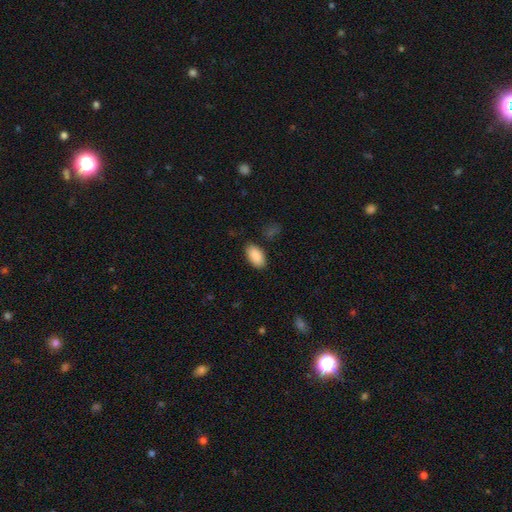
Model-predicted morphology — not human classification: Q: Smooth or featured?
A: smooth (89%); runner-up: star or artifact (6%)
Q: How rounded?
A: in between (94%); runner-up: cigar-shaped (3%)
Q: Merging?
A: none (85%); runner-up: minor disturbance (11%)